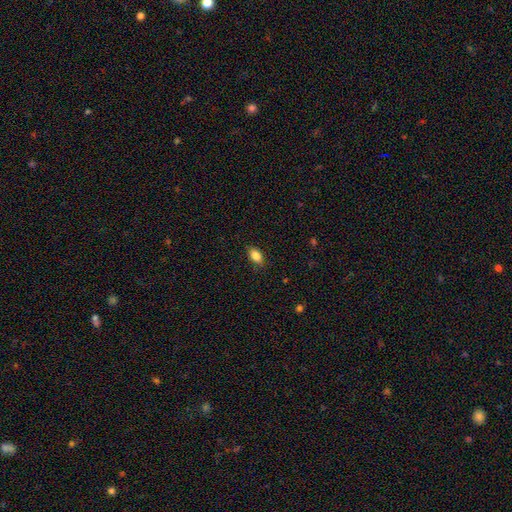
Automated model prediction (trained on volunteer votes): Smooth or featured? smooth (86%)
How rounded? in between (88%)
Merging? none (85%)